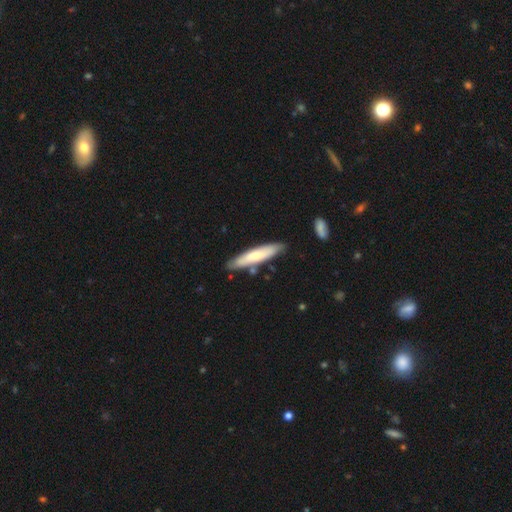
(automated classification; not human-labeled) Smooth or featured? Predicted: smooth (p=0.60). How rounded? Predicted: cigar-shaped (p=0.84). Merging? Predicted: none (p=0.81).